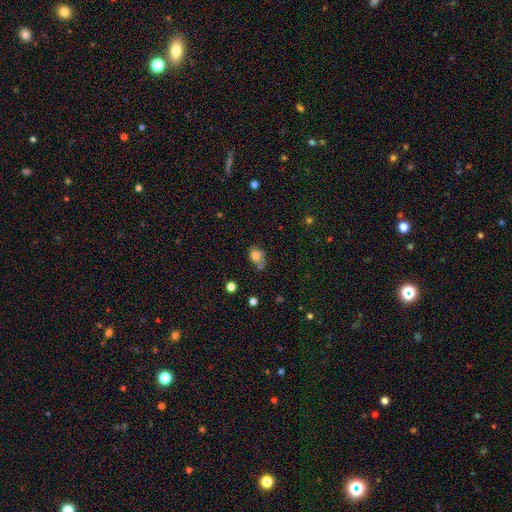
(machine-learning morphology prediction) Q: Smooth or featured?
A: smooth (77%); runner-up: featured or disk (12%)
Q: How rounded?
A: in between (58%); runner-up: round (41%)
Q: Merging?
A: none (48%); runner-up: minor disturbance (27%)